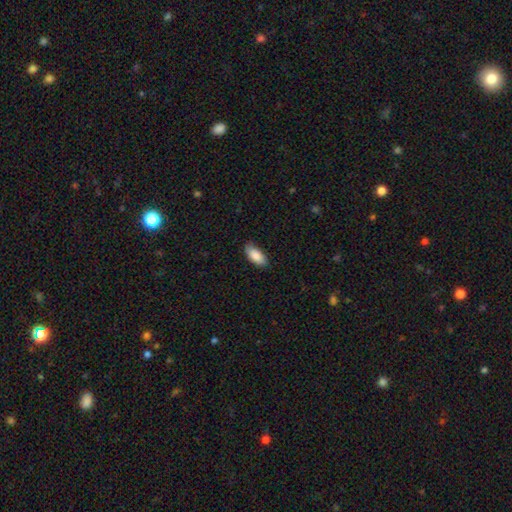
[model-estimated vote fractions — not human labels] smooth-or-featured: smooth: 88% | star or artifact: 6% | featured or disk: 6%
  how-rounded: in between: 89% | cigar-shaped: 9% | round: 2%
  merging: none: 80% | minor disturbance: 16% | major disturbance: 2% | merger: 1%